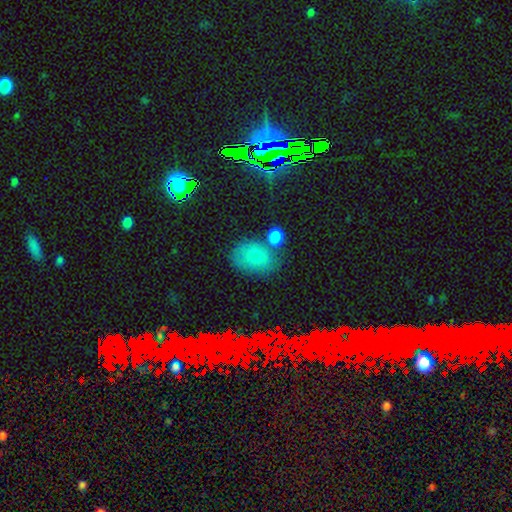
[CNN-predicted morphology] smooth 65%, star or artifact 21%, featured or disk 13%. Down the decision tree: how rounded — in between (65%); merging — none (70%).